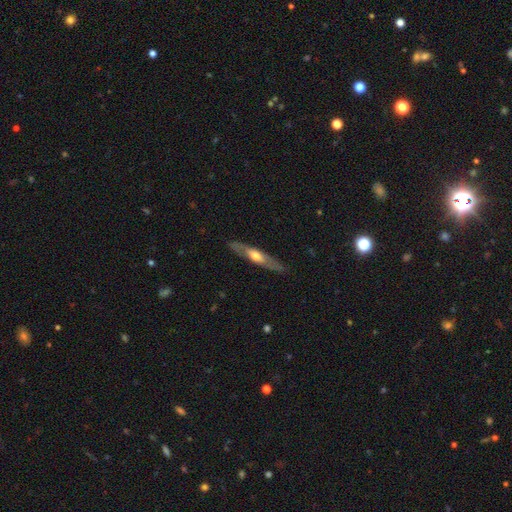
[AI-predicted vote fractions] This appears to be a featured or disk galaxy (59%) viewed edge-on (70%). Merging: none (85%).